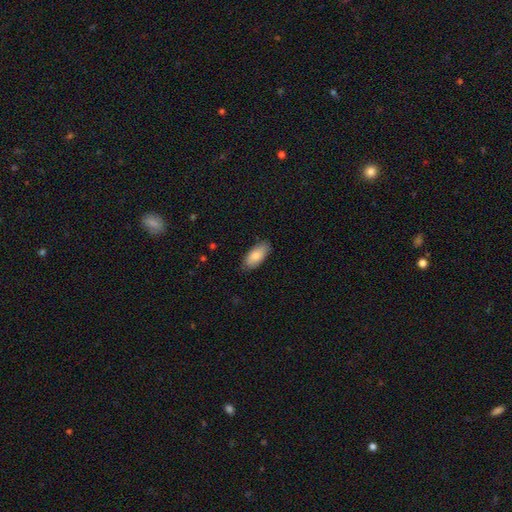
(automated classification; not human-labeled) A smooth galaxy with no disk features (82%) that is in between round and cigar-shaped (91%). Merging: none (83%).